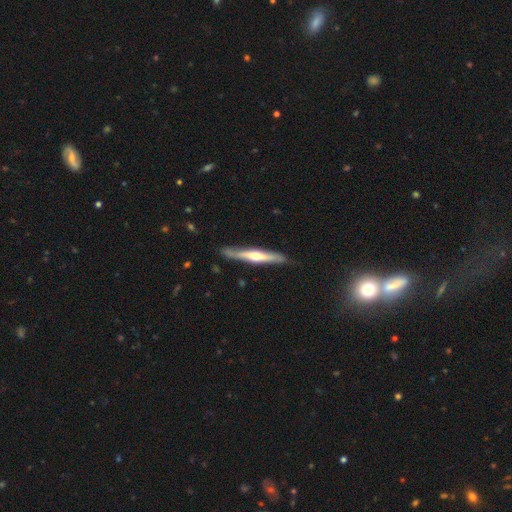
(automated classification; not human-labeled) Morphology: type=featured or disk (60%); edge-on=yes (94%); edge-on bulge=rounded (75%); merging=none (82%).